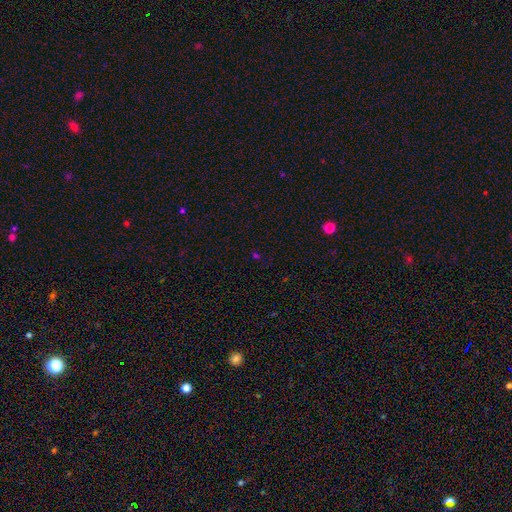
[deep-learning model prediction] star or artifact 55%, smooth 38%, featured or disk 7%.